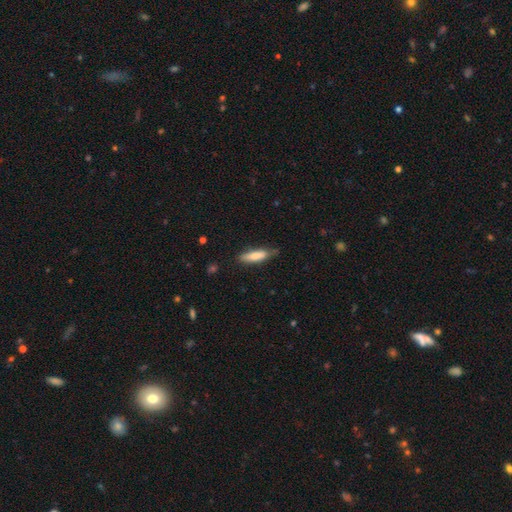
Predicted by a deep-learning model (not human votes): Smooth or featured? smooth (75%)
How rounded? cigar-shaped (63%)
Merging? none (68%)